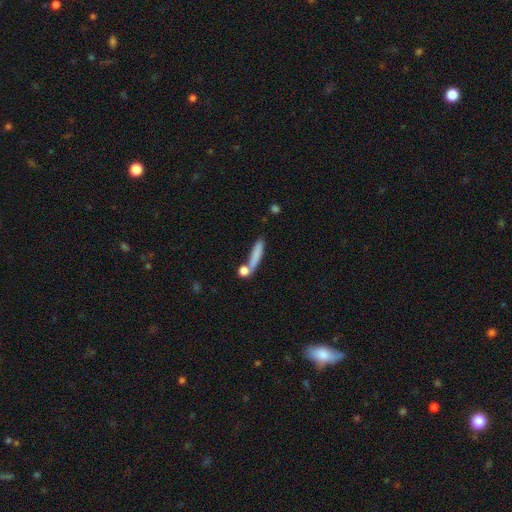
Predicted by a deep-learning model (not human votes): This is likely a smooth galaxy (77%). How rounded: clearly cigar-shaped (81%). Merging: likely none (60%).